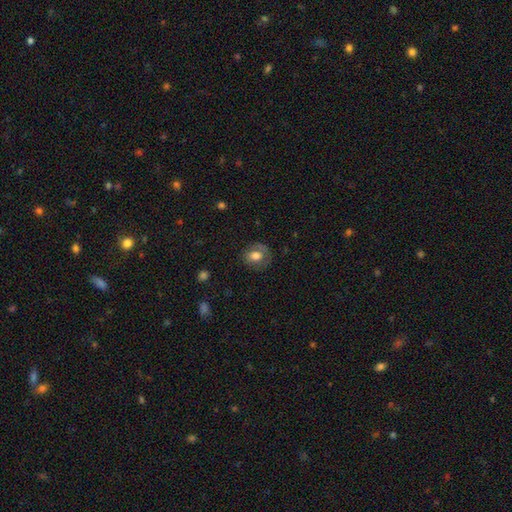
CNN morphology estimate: The model was most divided on "how rounded": round: 67%, in between: 32%, cigar-shaped: 1%. More confident: merging — none (73%); smooth or featured — smooth (65%).